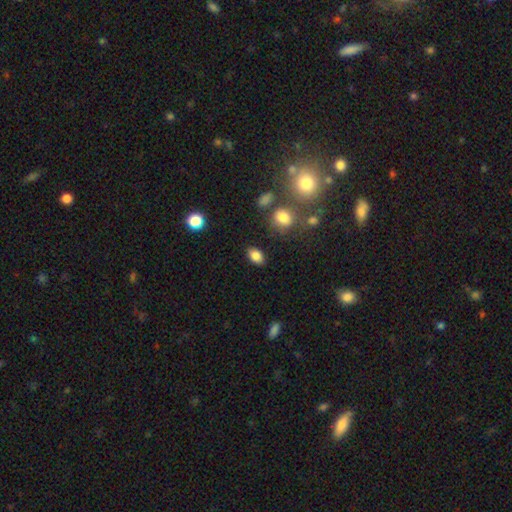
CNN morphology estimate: The model was most divided on "how rounded": in between: 85%, round: 14%, cigar-shaped: 2%. More confident: merging — none (84%); smooth or featured — smooth (83%).